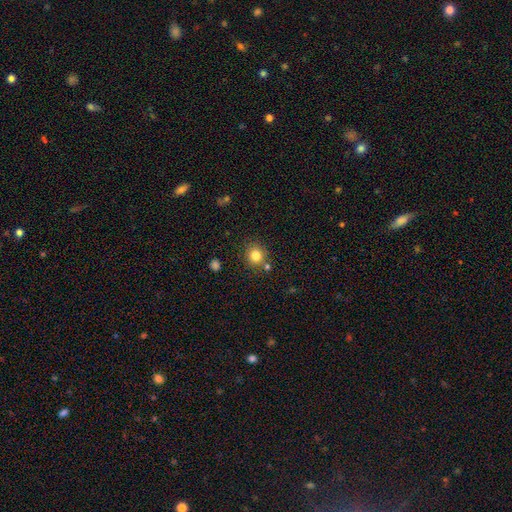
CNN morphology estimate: Smooth or featured? smooth (81%)
How rounded? round (86%)
Merging? none (79%)